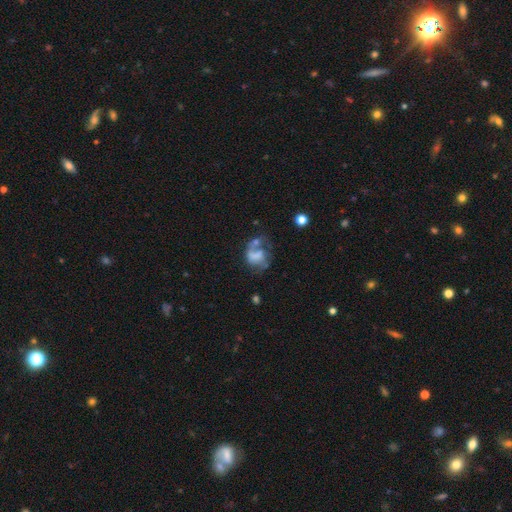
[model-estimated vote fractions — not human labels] featured or disk 48%, smooth 40%, star or artifact 12%. Down the decision tree: merging — major disturbance (36%).